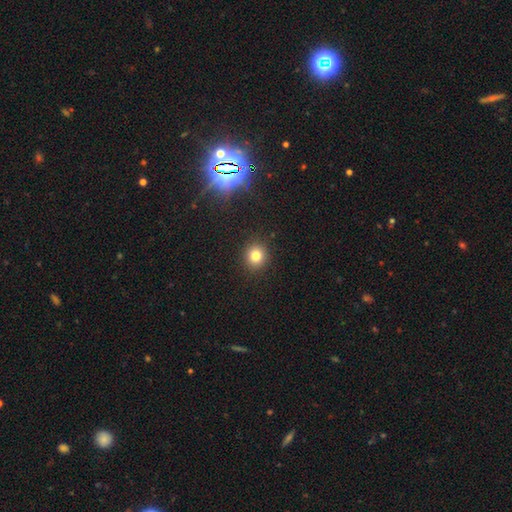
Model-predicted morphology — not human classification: Smooth or featured? smooth (80%)
How rounded? round (88%)
Merging? none (91%)